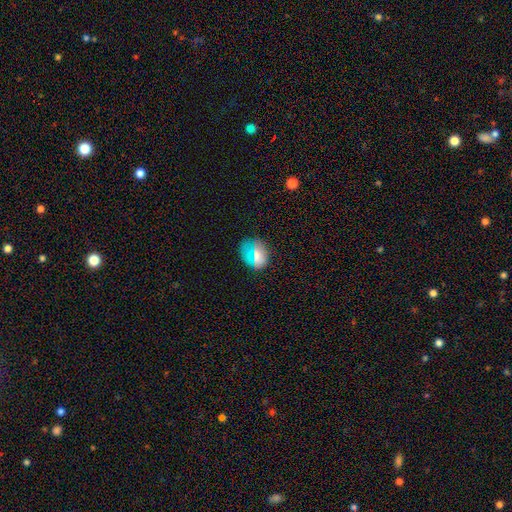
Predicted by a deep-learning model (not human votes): Smooth or featured?
  - smooth: 67% *
  - star or artifact: 21%
  - featured or disk: 12%
How rounded?
  - round: 53% *
  - in between: 44%
  - cigar-shaped: 3%
Merging?
  - none: 79% *
  - minor disturbance: 14%
  - major disturbance: 5%
  - merger: 2%